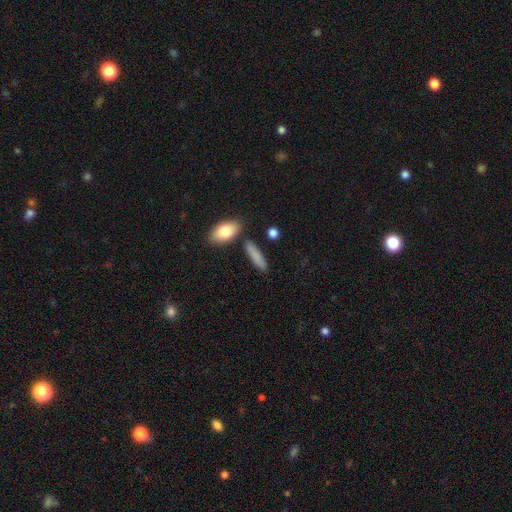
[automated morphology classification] Overall: smooth (83%). How rounded: cigar-shaped (60%; in between 37%). Merging: none (80%).